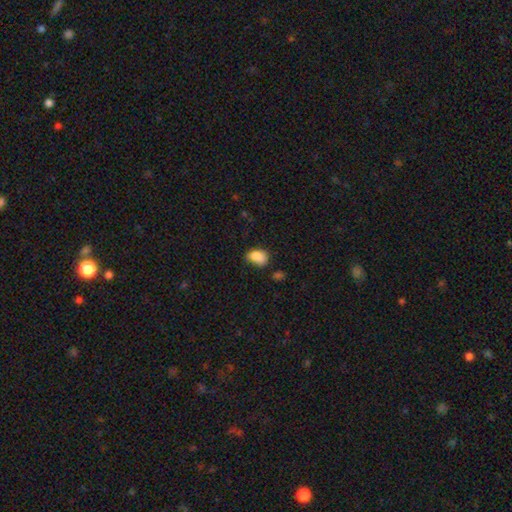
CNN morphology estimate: type=smooth (84%); roundness=in between (80%); merging=none (47%).